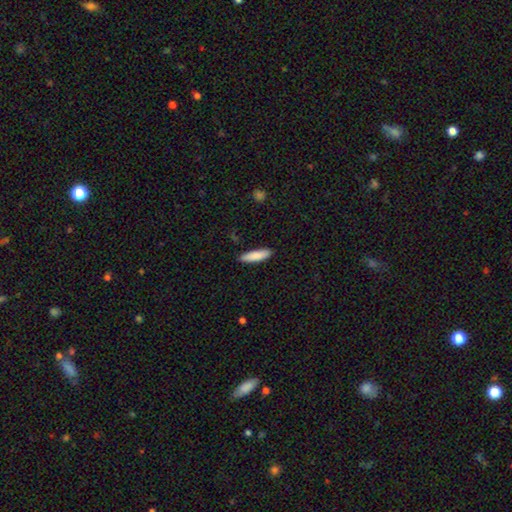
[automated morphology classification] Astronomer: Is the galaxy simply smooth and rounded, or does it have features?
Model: smooth — 86%.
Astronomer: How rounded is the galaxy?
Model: cigar-shaped — 67%.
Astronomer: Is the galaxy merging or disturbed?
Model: none — 89%.